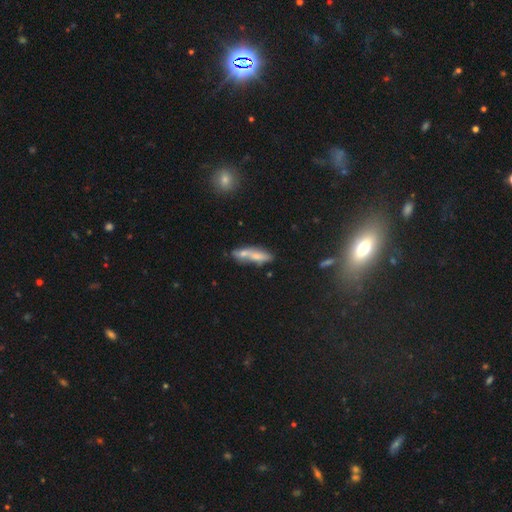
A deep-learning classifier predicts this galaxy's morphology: type=smooth (61%); roundness=cigar-shaped (60%); merging=none (40%).